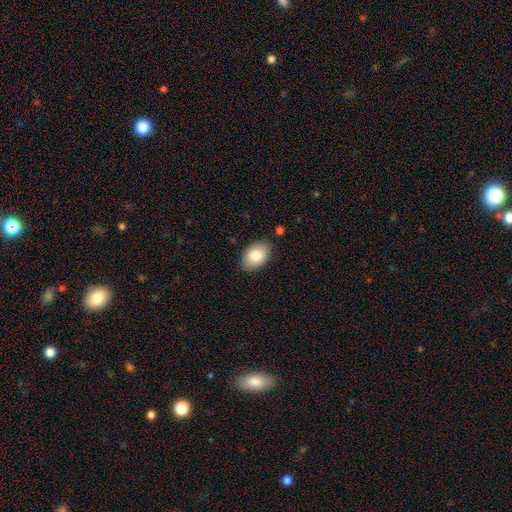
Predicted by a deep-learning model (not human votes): A smooth galaxy with no disk features (84%) that is in between round and cigar-shaped (89%).

Vote fractions:
- Smooth or featured? smooth: 84% / featured or disk: 10% / star or artifact: 7%
- How rounded? in between: 89% / round: 10% / cigar-shaped: 1%
- Merging? none: 84% / minor disturbance: 12% / major disturbance: 2% / merger: 2%